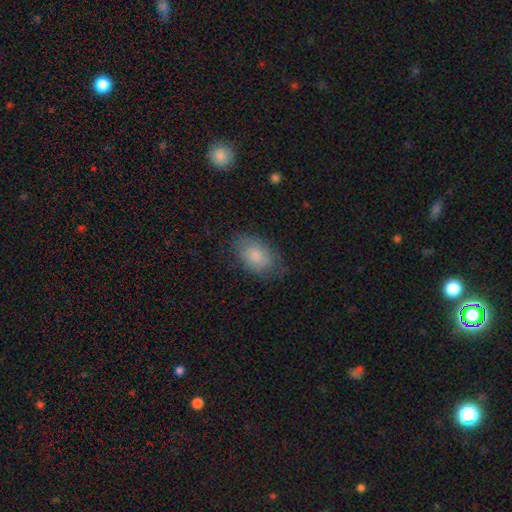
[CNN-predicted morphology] smooth_or_featured: smooth (p=0.82) [alt: featured or disk p=0.11]
how_rounded: in between (p=0.89) [alt: round p=0.09]
merging: none (p=0.72) [alt: minor disturbance p=0.20]